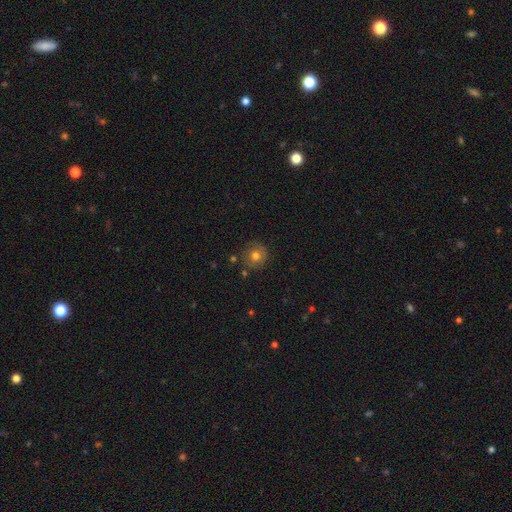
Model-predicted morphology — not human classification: smooth-or-featured: smooth: 71% | featured or disk: 16% | star or artifact: 13%
  how-rounded: round: 91% | in between: 8% | cigar-shaped: 1%
  merging: none: 83% | minor disturbance: 11% | merger: 3% | major disturbance: 3%